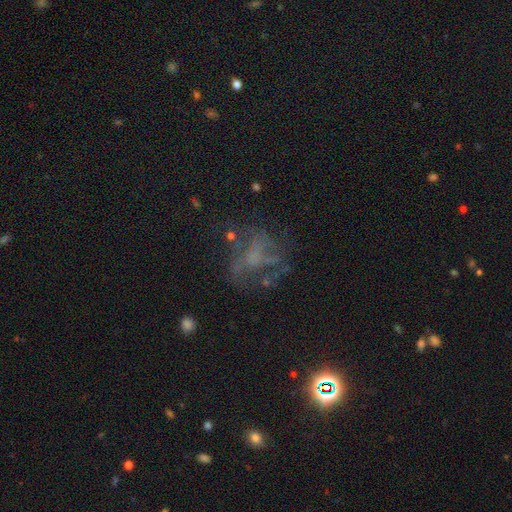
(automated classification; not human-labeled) Q: Smooth or featured?
A: featured or disk (53%); runner-up: star or artifact (25%)
Q: Edge-on disk?
A: no (97%); runner-up: yes (3%)
Q: Bar?
A: no (76%); runner-up: weak (19%)
Q: Spiral arms?
A: no (61%); runner-up: yes (39%)
Q: Bulge size?
A: none (64%); runner-up: small (17%)
Q: Merging?
A: none (50%); runner-up: major disturbance (29%)